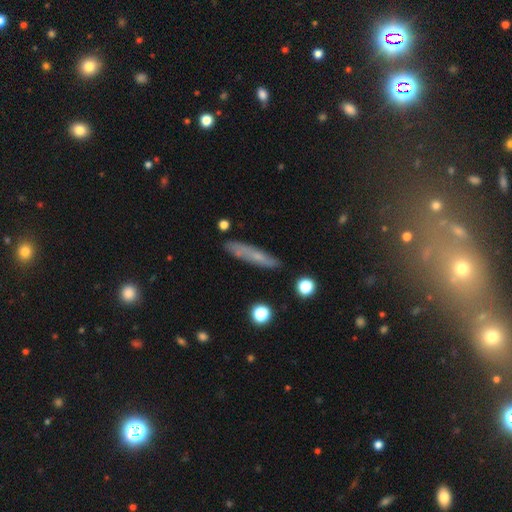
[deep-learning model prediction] Q: Smooth or featured?
A: smooth (59%); runner-up: featured or disk (32%)
Q: How rounded?
A: cigar-shaped (88%); runner-up: in between (10%)
Q: Merging?
A: none (80%); runner-up: minor disturbance (15%)